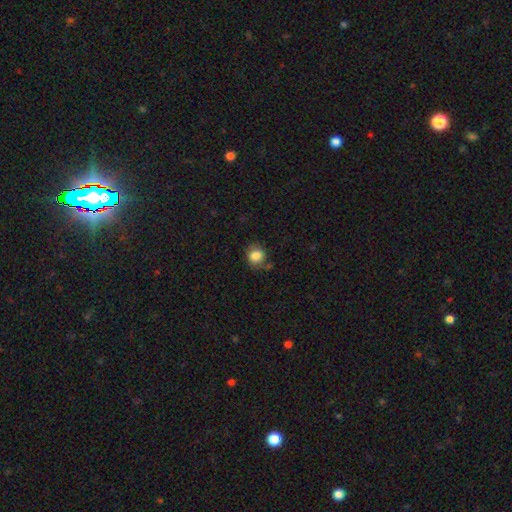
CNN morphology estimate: smooth_or_featured: smooth (p=0.83) [alt: star or artifact p=0.09]
how_rounded: round (p=0.73) [alt: in between p=0.26]
merging: none (p=0.60) [alt: minor disturbance p=0.26]